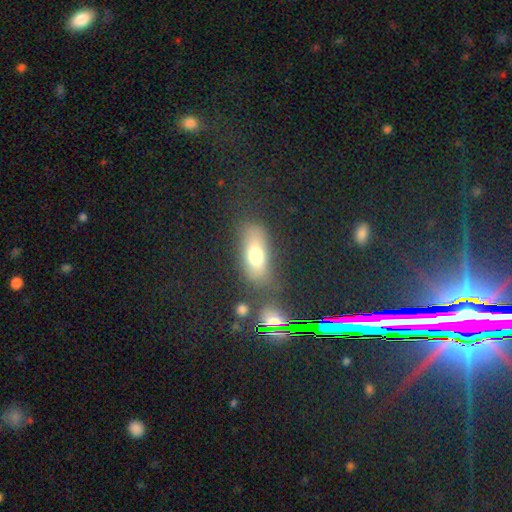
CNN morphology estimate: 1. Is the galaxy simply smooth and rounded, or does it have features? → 69% smooth, 19% featured or disk, 12% star or artifact.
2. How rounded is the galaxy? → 72% in between, 20% cigar-shaped, 8% round.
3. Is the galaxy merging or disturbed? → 71% none, 15% minor disturbance, 7% major disturbance, 6% merger.